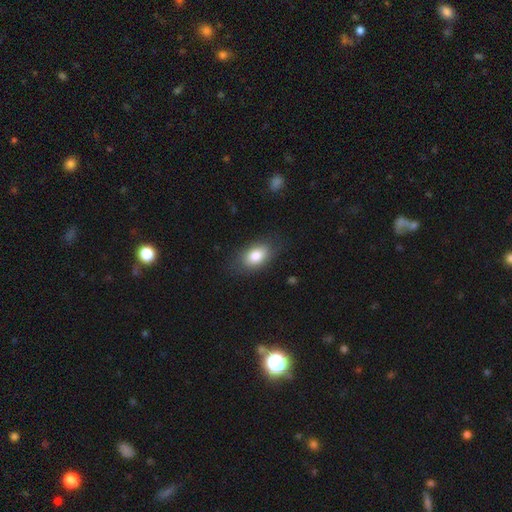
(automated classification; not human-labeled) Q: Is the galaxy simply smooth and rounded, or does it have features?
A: smooth — 82%.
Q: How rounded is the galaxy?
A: in between — 89%.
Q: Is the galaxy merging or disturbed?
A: none — 78%.